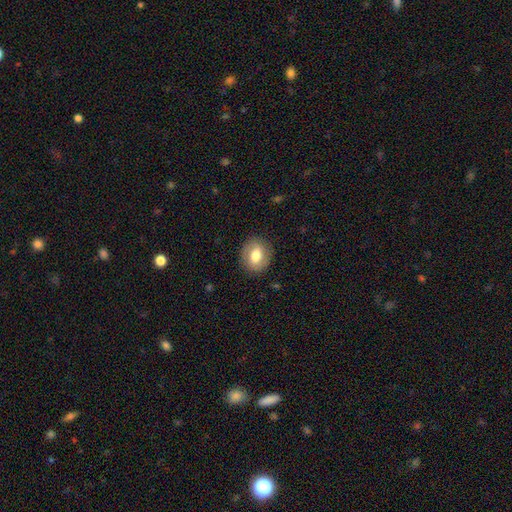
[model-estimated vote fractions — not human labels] The model was most divided on "how rounded": round: 51%, in between: 48%, cigar-shaped: 1%. More confident: merging — none (85%); smooth or featured — smooth (66%).